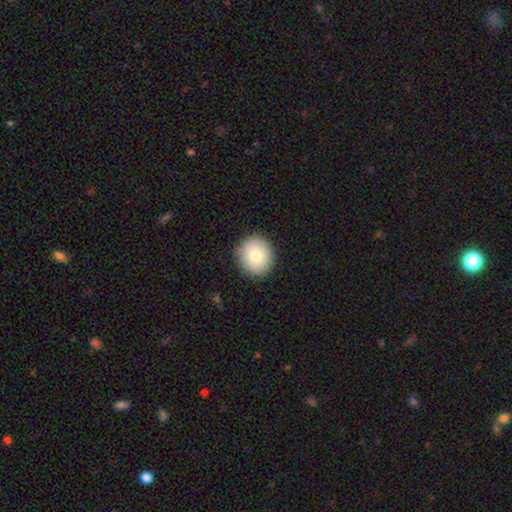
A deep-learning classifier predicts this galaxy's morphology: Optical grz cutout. It shows a smooth galaxy with no disk features (79%) that is round (89%). Merging: none (90%).